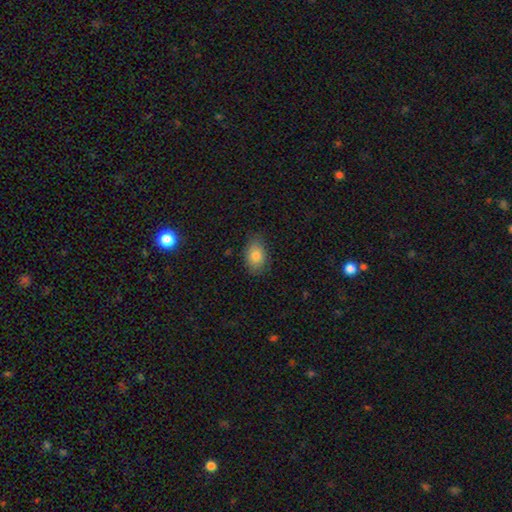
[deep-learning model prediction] This appears to be a smooth galaxy with no disk features (84%) that is in between round and cigar-shaped (86%). Merging: none (79%).